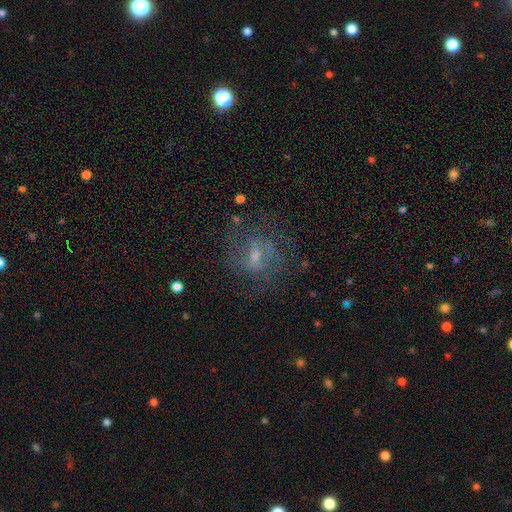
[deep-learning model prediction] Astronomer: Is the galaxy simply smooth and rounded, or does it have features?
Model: featured or disk — 60%.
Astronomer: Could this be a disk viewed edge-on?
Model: no — 95%.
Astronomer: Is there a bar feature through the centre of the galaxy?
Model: weak — 49% (runner-up: no, 35%).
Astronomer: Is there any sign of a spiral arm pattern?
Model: yes — 65%.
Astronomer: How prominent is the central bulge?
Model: small — 48% (runner-up: moderate, 35%).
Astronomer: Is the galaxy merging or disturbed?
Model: none — 64%.